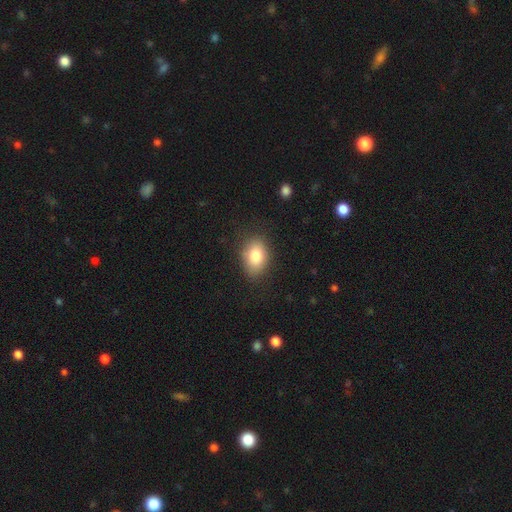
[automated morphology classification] Smooth or featured? Predicted: smooth (p=0.80). How rounded? Predicted: in between (p=0.78). Merging? Predicted: none (p=0.81).